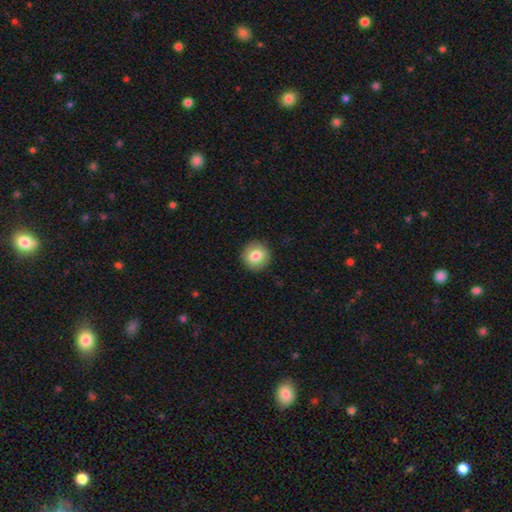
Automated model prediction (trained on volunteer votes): Smooth or featured?
  - smooth: 82% *
  - featured or disk: 10%
  - star or artifact: 8%
How rounded?
  - round: 91% *
  - in between: 8%
  - cigar-shaped: 1%
Merging?
  - none: 91% *
  - minor disturbance: 6%
  - major disturbance: 2%
  - merger: 1%